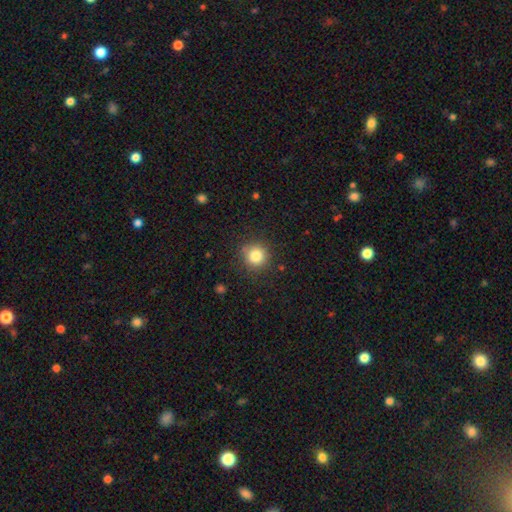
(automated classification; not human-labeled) This is clearly a smooth galaxy (83%). How rounded: clearly round (93%). Merging: clearly none (87%).